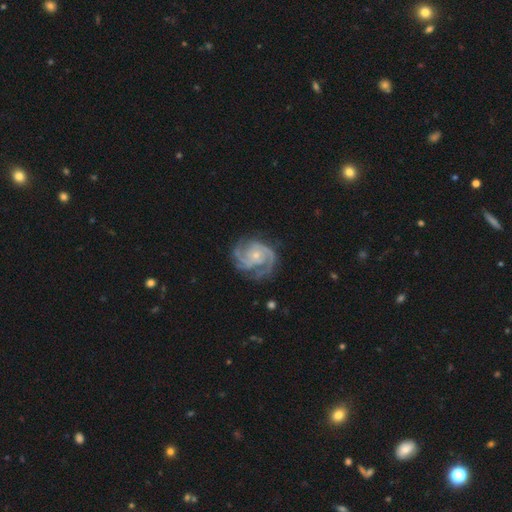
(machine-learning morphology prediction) This is clearly a featured or disk galaxy (91%). It is clearly not viewed edge-on (98%). Bar: likely no (74%). Spiral arm pattern: clearly yes (98%). Spiral arm count: marginally 3 (42%). Spiral winding: possibly tight (55%). Central bulge: likely small (73%). Merging: likely none (72%).